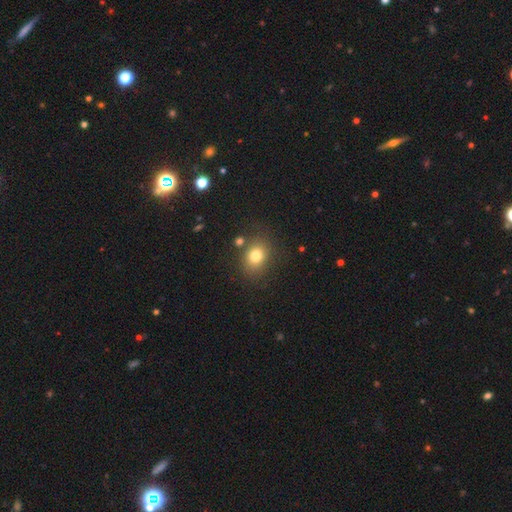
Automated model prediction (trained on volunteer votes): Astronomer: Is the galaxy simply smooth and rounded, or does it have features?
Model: smooth — 78%.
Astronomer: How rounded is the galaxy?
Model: round — 55% (runner-up: in between, 44%).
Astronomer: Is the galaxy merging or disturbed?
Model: none — 77%.